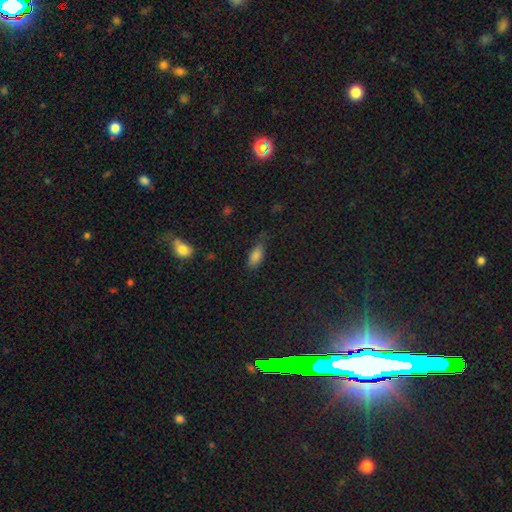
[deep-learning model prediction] Morphology: type=smooth (83%); roundness=in between (84%); merging=none (60%).